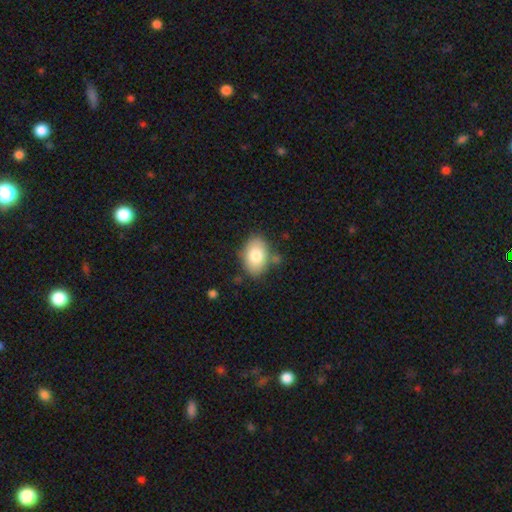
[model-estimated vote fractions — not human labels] smooth 80%, featured or disk 13%, star or artifact 7%. Down the decision tree: how rounded — in between (84%); merging — none (77%).